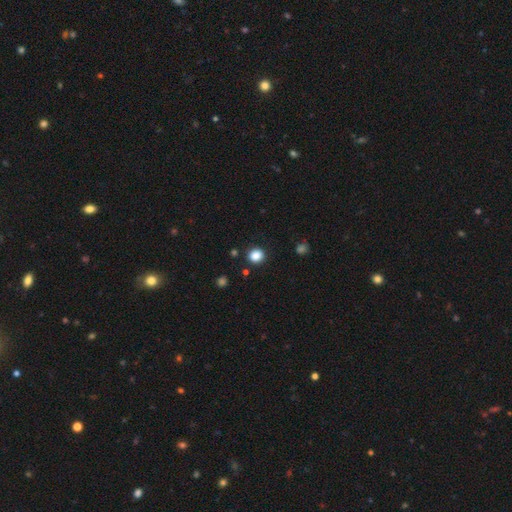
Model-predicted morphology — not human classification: smooth-or-featured: smooth: 86% | star or artifact: 11% | featured or disk: 3%
  how-rounded: round: 81% | in between: 18% | cigar-shaped: 1%
  merging: none: 89% | minor disturbance: 7% | major disturbance: 2% | merger: 2%